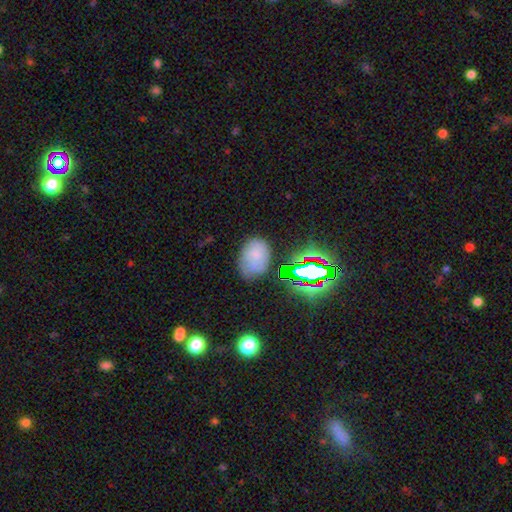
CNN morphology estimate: This appears to be a smooth galaxy with no disk features (66%) that is in between round and cigar-shaped (78%). Merging: none (62%).